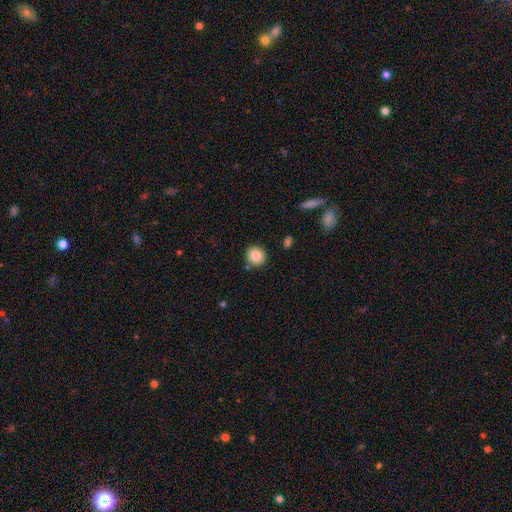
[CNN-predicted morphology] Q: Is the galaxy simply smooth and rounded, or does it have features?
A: smooth — 83%.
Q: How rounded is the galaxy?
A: round — 85%.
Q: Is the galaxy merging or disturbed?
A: none — 85%.